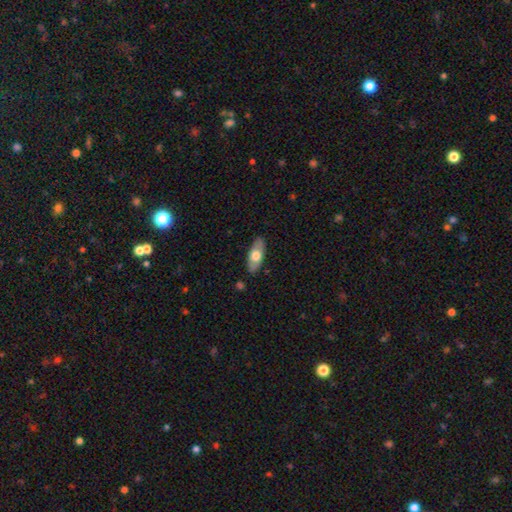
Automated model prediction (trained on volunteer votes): This appears to be a smooth galaxy with no disk features (59%) that is in between round and cigar-shaped (84%). Merging: none (86%).